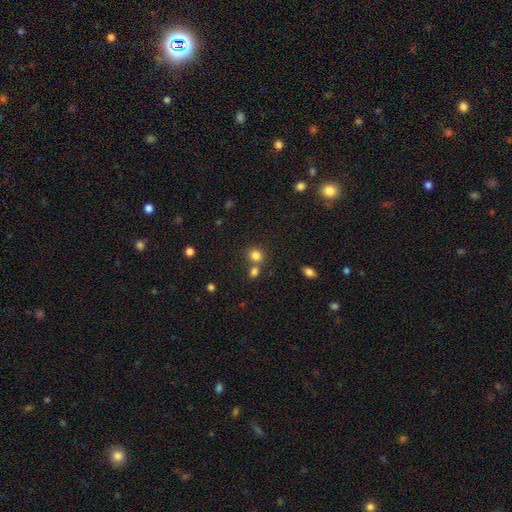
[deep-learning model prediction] smooth 81%, star or artifact 13%, featured or disk 6%. Down the decision tree: how rounded — round (74%); merging — none (60%).